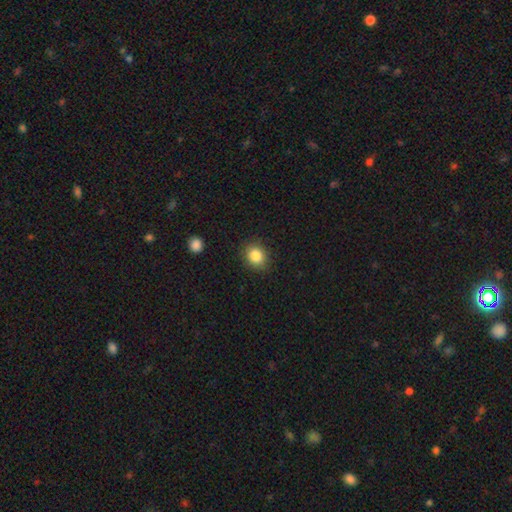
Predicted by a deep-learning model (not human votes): The model was most divided on "how rounded": round: 65%, in between: 34%, cigar-shaped: 1%. More confident: merging — none (87%); smooth or featured — smooth (85%).